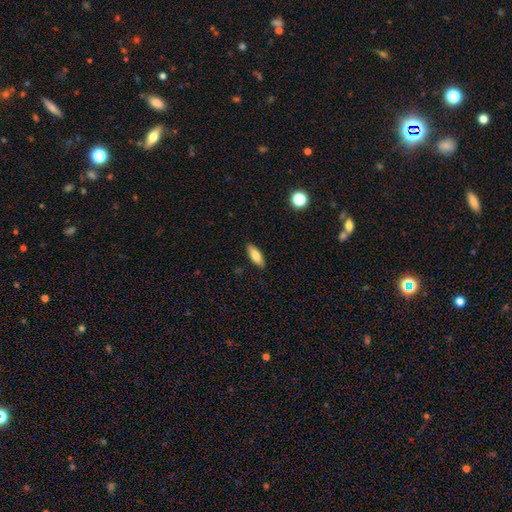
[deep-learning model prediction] The model was most divided on "how rounded": in between: 67%, cigar-shaped: 30%, round: 2%. More confident: merging — none (87%); smooth or featured — smooth (80%).